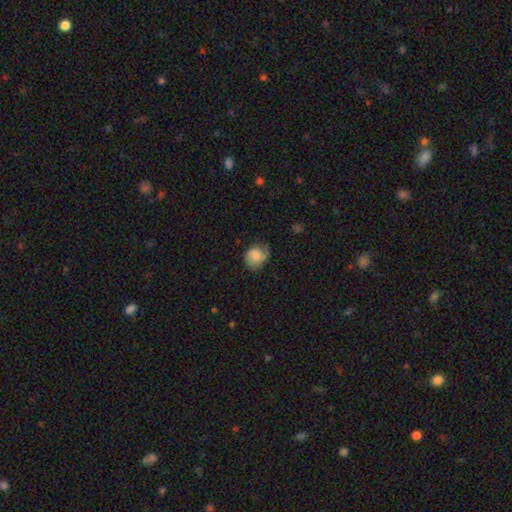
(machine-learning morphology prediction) A smooth galaxy with no disk features (69%) that is round (66%). Merging: none (54%).